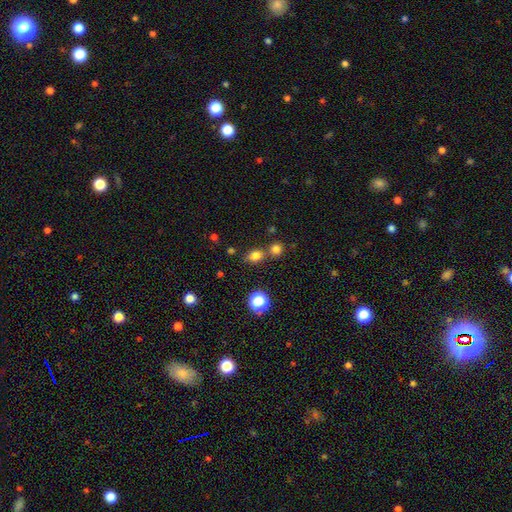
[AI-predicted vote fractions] A smooth galaxy with no disk features (77%) that is in between round and cigar-shaped (49%, tied with round). Merging: none (62%).